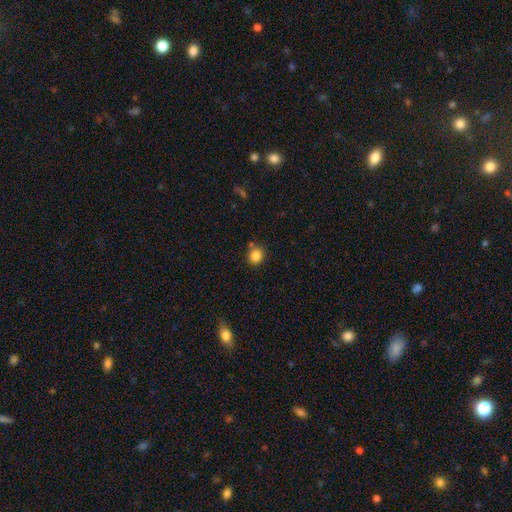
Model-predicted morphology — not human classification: smooth 84%, star or artifact 11%, featured or disk 5%. Down the decision tree: how rounded — round (80%); merging — none (76%).